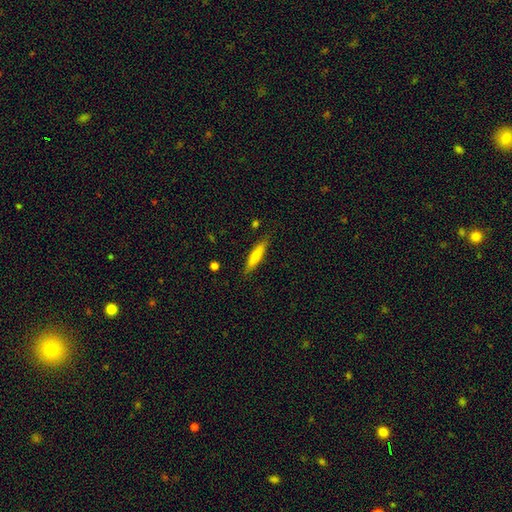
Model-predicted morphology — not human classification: A smooth galaxy with no disk features (66%) that is cigar-shaped (81%). Merging: none (86%).